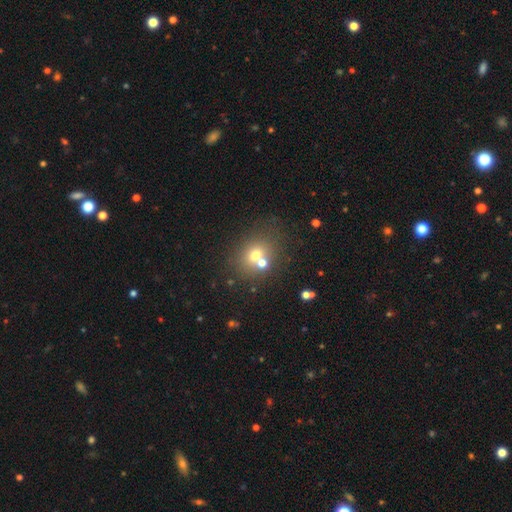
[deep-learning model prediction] Morphology: type=smooth (65%); roundness=round (67%); merging=none (56%).